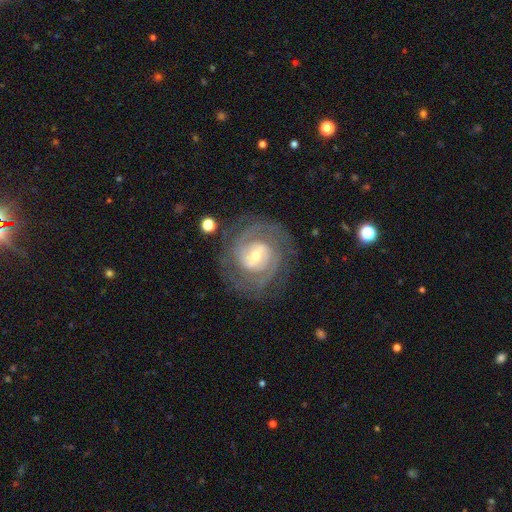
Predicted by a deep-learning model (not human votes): A featured or disk galaxy (86%) with a weak bar (49%), 2 (39%) tight (68%) spiral arms (94%) and a small central bulge (52%). Merging: none (79%).